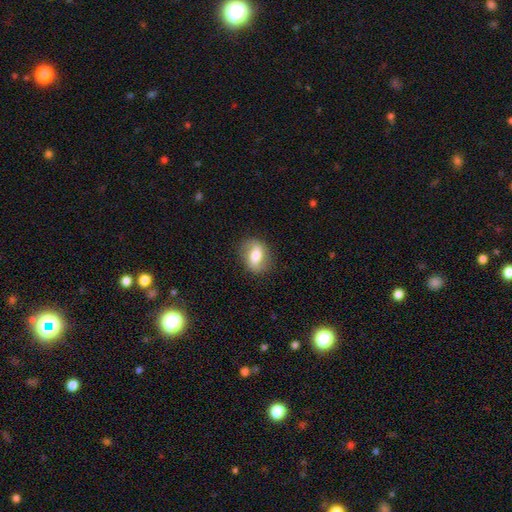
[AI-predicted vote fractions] smooth_or_featured: smooth (p=0.58) [alt: featured or disk p=0.34]
how_rounded: in between (p=0.66) [alt: round p=0.31]
merging: none (p=0.83) [alt: minor disturbance p=0.12]